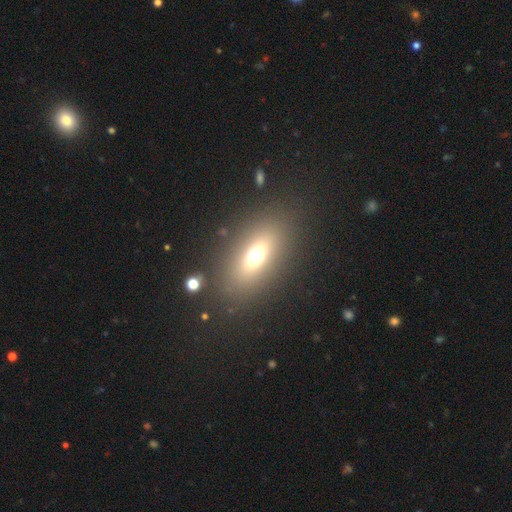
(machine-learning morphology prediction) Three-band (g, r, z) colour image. It shows a smooth galaxy with no disk features (65%) that is in between round and cigar-shaped (77%). Merging: none (83%).